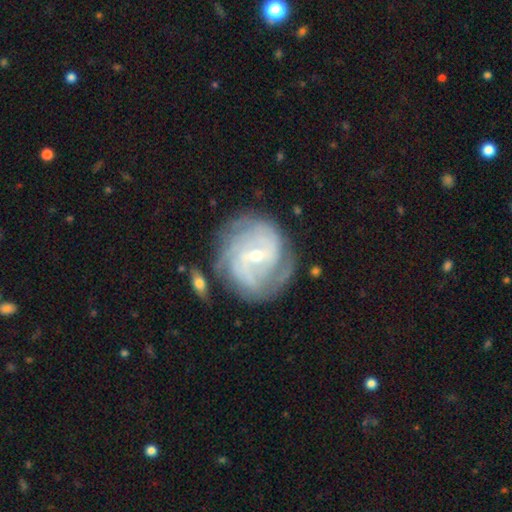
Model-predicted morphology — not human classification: A featured or disk galaxy (85%) with a weak bar (49%), tight (66%) spiral arms (94%) and a small central bulge (64%).

Vote fractions:
- Smooth or featured? featured or disk: 85% / smooth: 9% / star or artifact: 6%
- Edge-on disk? no: 97% / yes: 3%
- Bar? weak: 49% / no: 36% / strong: 16%
- Spiral arms? yes: 94% / no: 6%
- Spiral winding? tight: 66% / medium: 27% / loose: 7%
- Spiral arm count? can't tell: 34% / 3: 20% / 2: 20% / 4: 14% / more than 4: 6% / 1: 6%
- Bulge size? small: 64% / moderate: 33% / large: 1% / none: 1% / dominant: 1%
- Merging? none: 68% / minor disturbance: 19% / major disturbance: 9% / merger: 5%